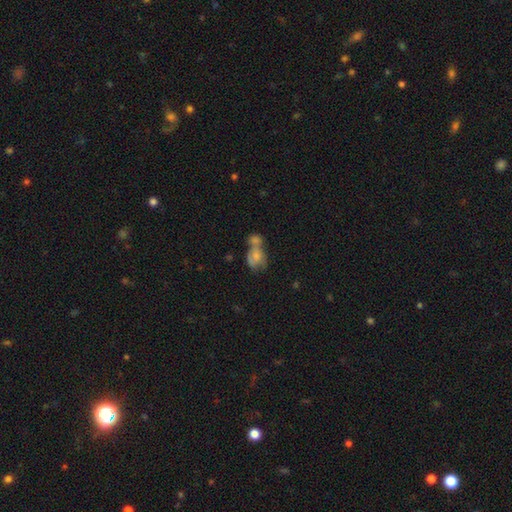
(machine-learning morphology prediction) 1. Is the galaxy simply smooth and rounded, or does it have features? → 61% smooth, 29% featured or disk, 10% star or artifact.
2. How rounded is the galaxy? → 67% in between, 31% round, 2% cigar-shaped.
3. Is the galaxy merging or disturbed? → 64% merger, 17% none, 11% minor disturbance, 9% major disturbance.